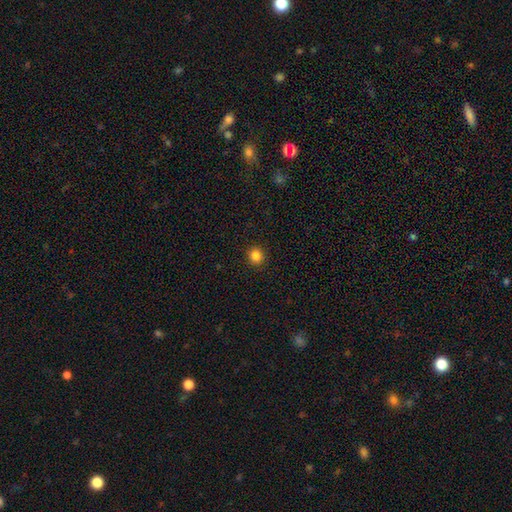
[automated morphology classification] Smooth or featured? smooth (85%)
How rounded? round (89%)
Merging? none (92%)